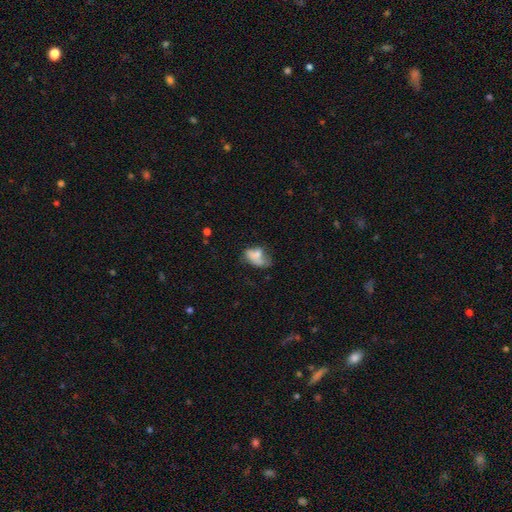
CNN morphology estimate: This is likely a smooth galaxy (63%). How rounded: clearly in between (87%). Merging: marginally none (30%).